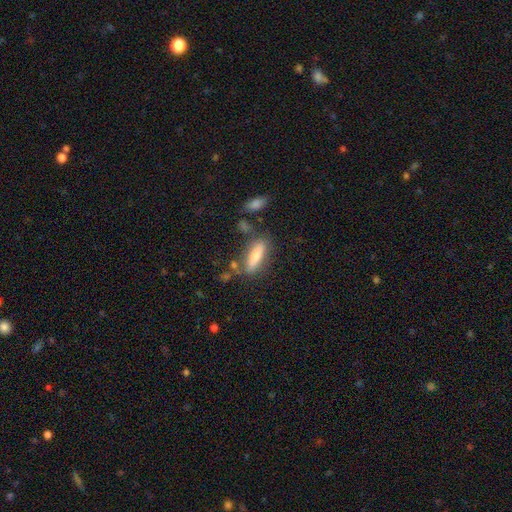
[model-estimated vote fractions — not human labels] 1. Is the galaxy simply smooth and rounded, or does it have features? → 65% smooth, 27% featured or disk, 7% star or artifact.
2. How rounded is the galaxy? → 56% cigar-shaped, 42% in between, 2% round.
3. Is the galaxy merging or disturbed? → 73% none, 15% minor disturbance, 8% merger, 5% major disturbance.